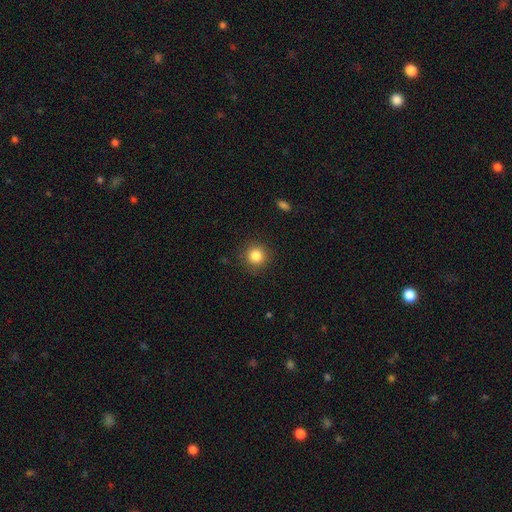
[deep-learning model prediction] Q: Smooth or featured?
A: smooth (85%); runner-up: star or artifact (10%)
Q: How rounded?
A: round (94%); runner-up: in between (5%)
Q: Merging?
A: none (90%); runner-up: minor disturbance (7%)